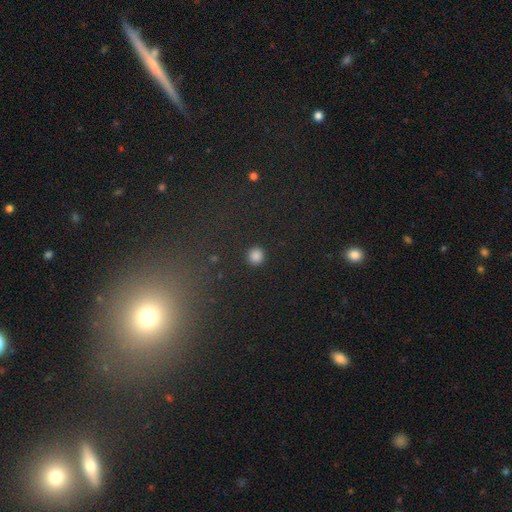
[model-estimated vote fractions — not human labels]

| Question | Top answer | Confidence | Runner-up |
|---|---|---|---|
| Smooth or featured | smooth | 85% | star or artifact (11%) |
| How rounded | round | 92% | in between (7%) |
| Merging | none | 92% | minor disturbance (5%) |